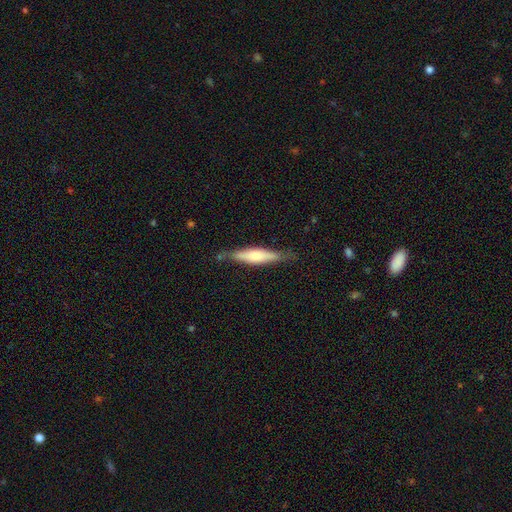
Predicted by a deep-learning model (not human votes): smooth_or_featured: featured or disk (p=0.49) [alt: smooth p=0.45]
merging: none (p=0.77) [alt: minor disturbance p=0.17]